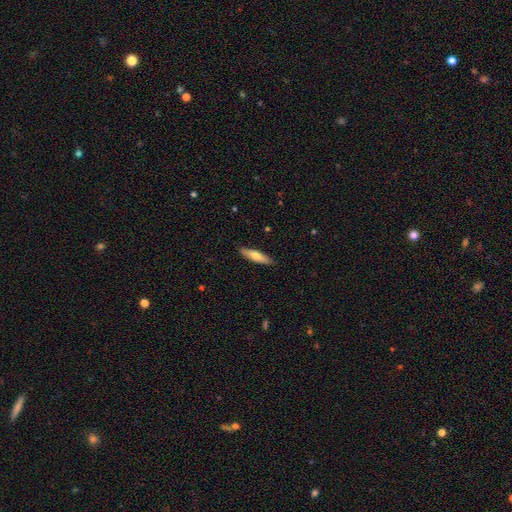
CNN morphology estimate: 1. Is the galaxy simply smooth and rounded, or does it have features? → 62% smooth, 32% featured or disk, 6% star or artifact.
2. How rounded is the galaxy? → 71% cigar-shaped, 27% in between, 2% round.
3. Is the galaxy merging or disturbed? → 89% none, 9% minor disturbance, 2% major disturbance, 1% merger.